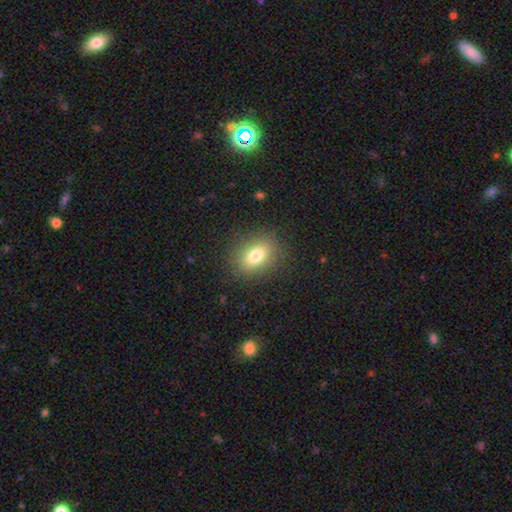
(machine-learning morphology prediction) smooth_or_featured: smooth (p=0.78) [alt: featured or disk p=0.12]
how_rounded: in between (p=0.72) [alt: round p=0.25]
merging: none (p=0.86) [alt: minor disturbance p=0.09]